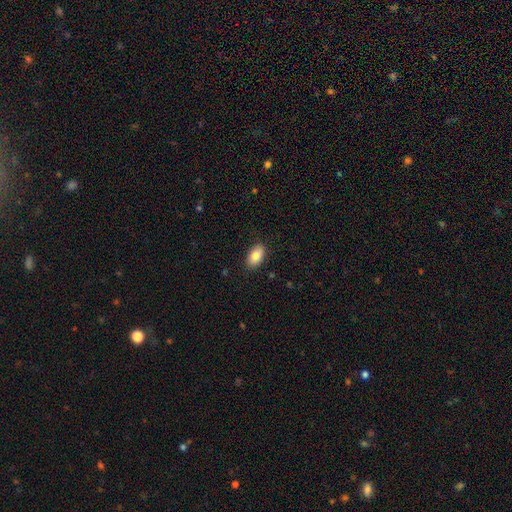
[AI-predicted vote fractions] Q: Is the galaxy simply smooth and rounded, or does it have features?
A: smooth — 83%.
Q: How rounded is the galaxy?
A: in between — 93%.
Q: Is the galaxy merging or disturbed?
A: none — 88%.